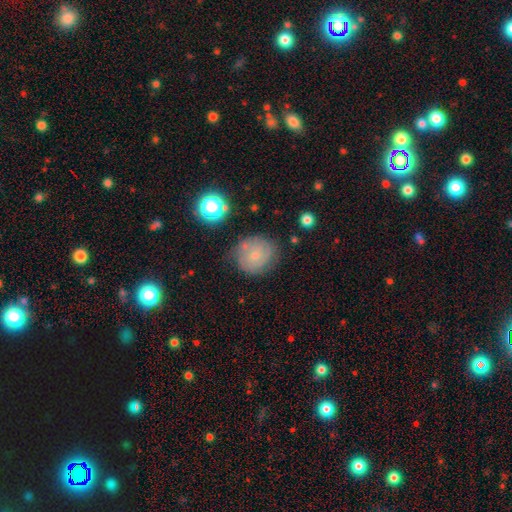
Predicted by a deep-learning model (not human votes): smooth-or-featured: smooth: 47% | featured or disk: 42% | star or artifact: 11%
  merging: none: 67% | minor disturbance: 21% | major disturbance: 6% | merger: 5%